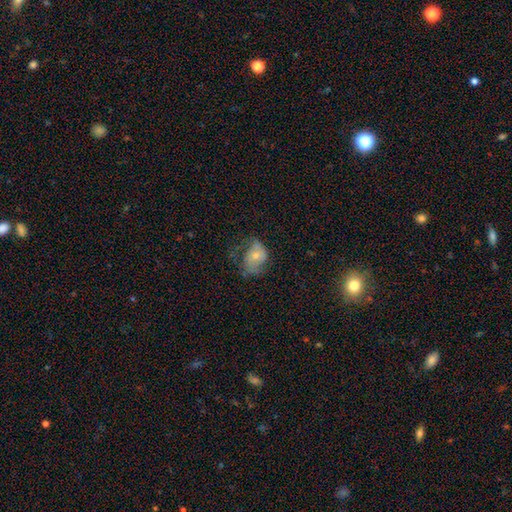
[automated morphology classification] The model was most divided on "merging": none: 40%, minor disturbance: 31%, major disturbance: 27%, merger: 2%. More confident: how rounded — in between (68%); smooth or featured — smooth (52%).